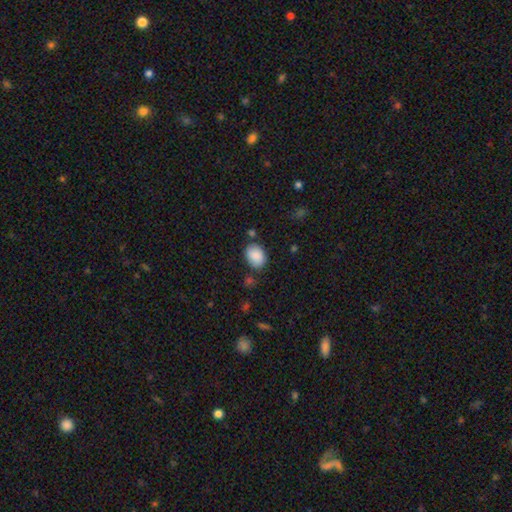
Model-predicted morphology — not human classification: Smooth or featured?
  - smooth: 88% *
  - star or artifact: 7%
  - featured or disk: 5%
How rounded?
  - in between: 71% *
  - round: 28%
  - cigar-shaped: 1%
Merging?
  - none: 74% *
  - minor disturbance: 16%
  - merger: 6%
  - major disturbance: 4%